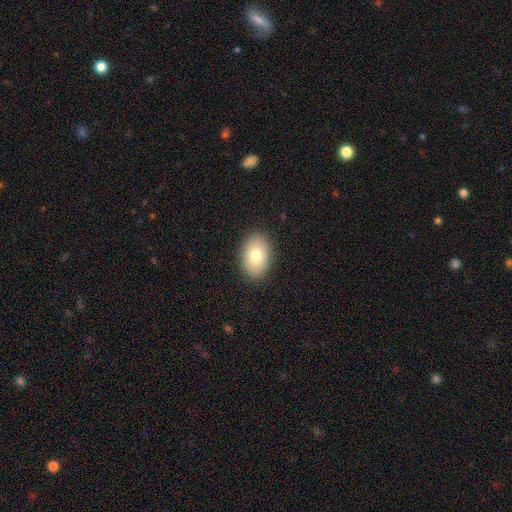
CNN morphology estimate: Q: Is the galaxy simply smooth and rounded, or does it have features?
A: smooth — 79%.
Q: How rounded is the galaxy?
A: in between — 86%.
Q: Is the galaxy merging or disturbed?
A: none — 89%.